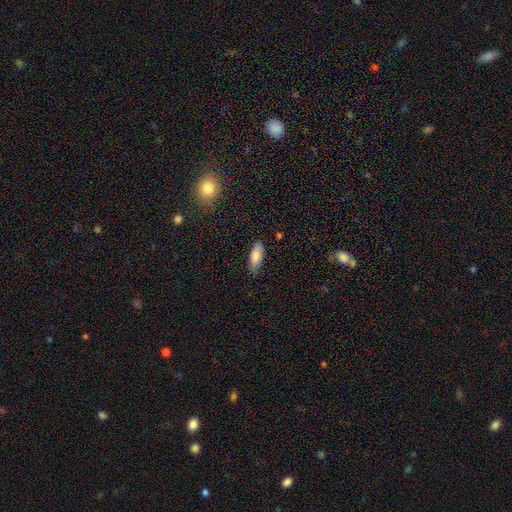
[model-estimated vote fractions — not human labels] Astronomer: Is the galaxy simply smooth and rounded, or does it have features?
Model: smooth — 82%.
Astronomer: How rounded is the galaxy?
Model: in between — 77%.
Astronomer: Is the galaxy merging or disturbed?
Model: none — 81%.